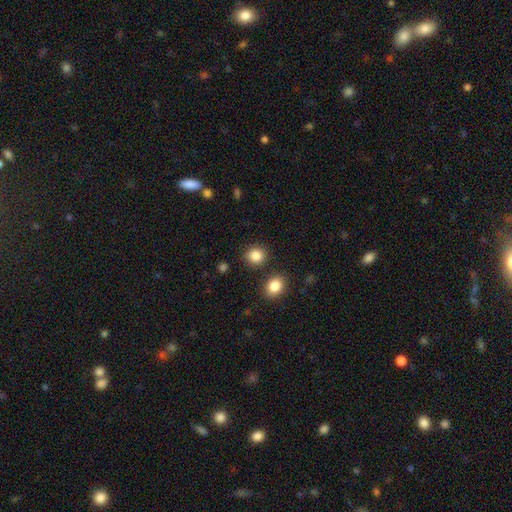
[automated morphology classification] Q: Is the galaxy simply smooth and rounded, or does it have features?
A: smooth — 86%.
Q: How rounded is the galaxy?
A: round — 80%.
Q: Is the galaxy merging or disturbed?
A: none — 85%.